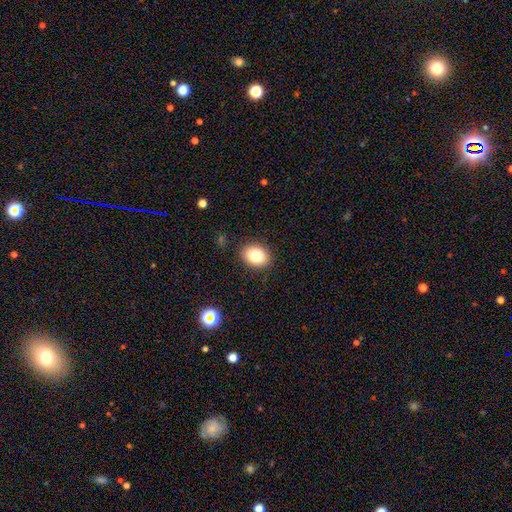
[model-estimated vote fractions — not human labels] This is clearly a smooth galaxy (83%). How rounded: likely in between (64%). Merging: clearly none (88%).